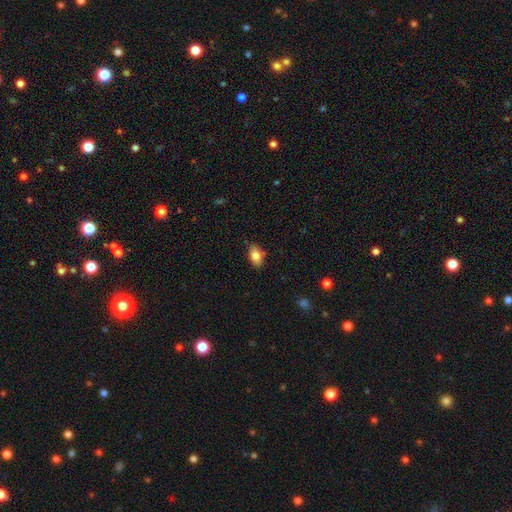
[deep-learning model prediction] smooth 82%, featured or disk 9%, star or artifact 8%. Down the decision tree: how rounded — in between (89%); merging — none (82%).